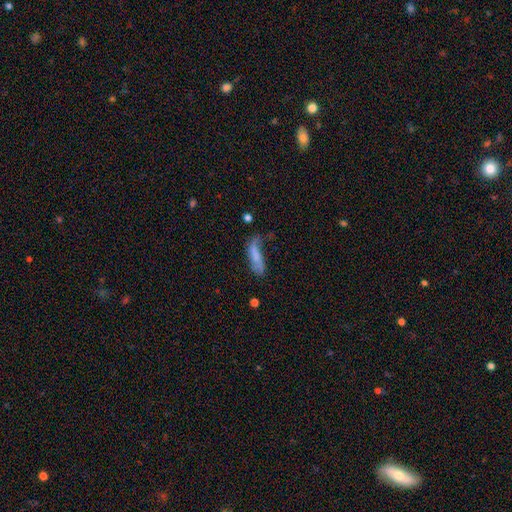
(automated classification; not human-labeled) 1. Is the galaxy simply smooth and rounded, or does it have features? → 63% smooth, 27% featured or disk, 9% star or artifact.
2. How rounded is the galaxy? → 53% cigar-shaped, 45% in between, 3% round.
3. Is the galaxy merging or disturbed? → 34% none, 30% minor disturbance, 28% major disturbance, 8% merger.